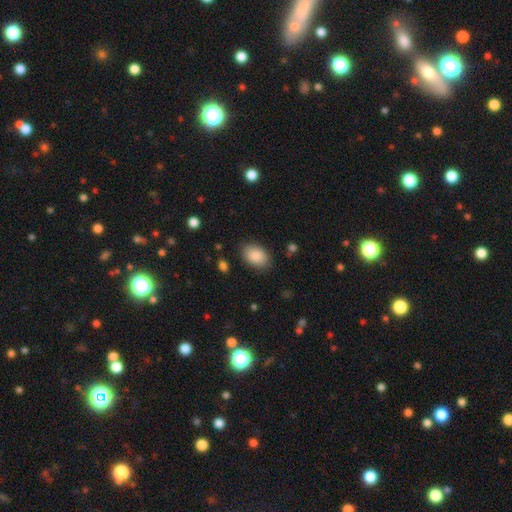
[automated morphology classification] Q: Smooth or featured?
A: smooth (88%); runner-up: star or artifact (7%)
Q: How rounded?
A: in between (88%); runner-up: round (11%)
Q: Merging?
A: none (83%); runner-up: minor disturbance (12%)